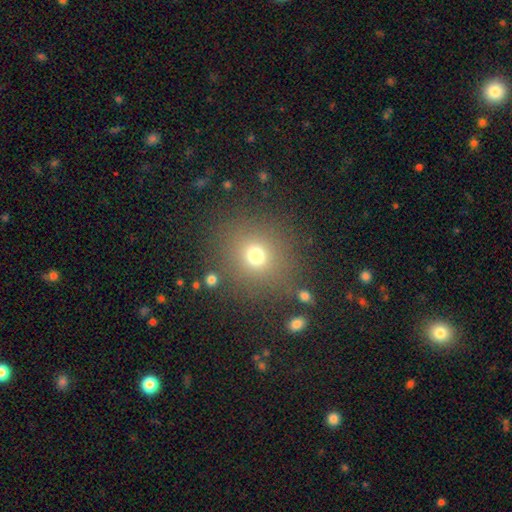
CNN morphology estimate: This is likely a smooth galaxy (71%). How rounded: clearly round (85%). Merging: clearly none (80%).